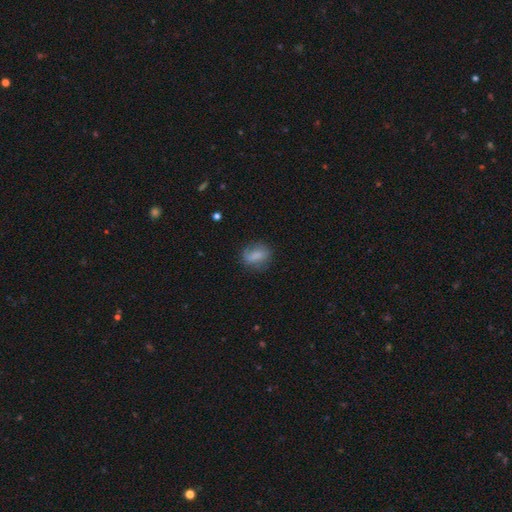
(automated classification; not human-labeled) Smooth or featured? Predicted: smooth (p=0.68). How rounded? Predicted: in between (p=0.57). Merging? Predicted: none (p=0.64).